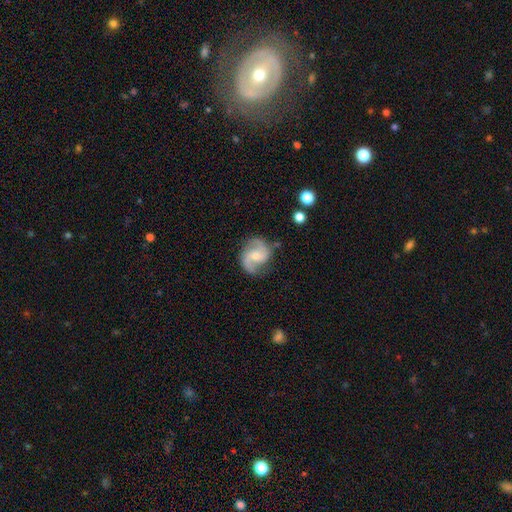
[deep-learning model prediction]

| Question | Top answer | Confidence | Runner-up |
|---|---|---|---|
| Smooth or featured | featured or disk | 83% | smooth (12%) |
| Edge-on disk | no | 98% | yes (2%) |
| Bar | no | 53% | weak (39%) |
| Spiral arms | yes | 96% | no (4%) |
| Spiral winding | medium | 52% | loose (32%) |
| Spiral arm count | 2 | 91% | can't tell (3%) |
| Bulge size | moderate | 48% | tied: small (48%) |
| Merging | none | 77% | minor disturbance (16%) |